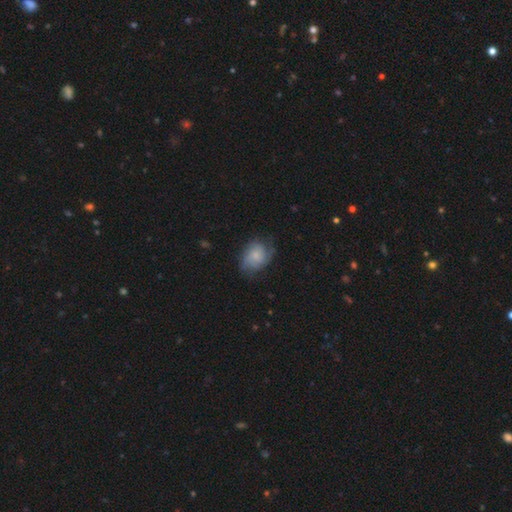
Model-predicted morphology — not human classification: type=smooth (55%); roundness=in between (55%); merging=none (59%).